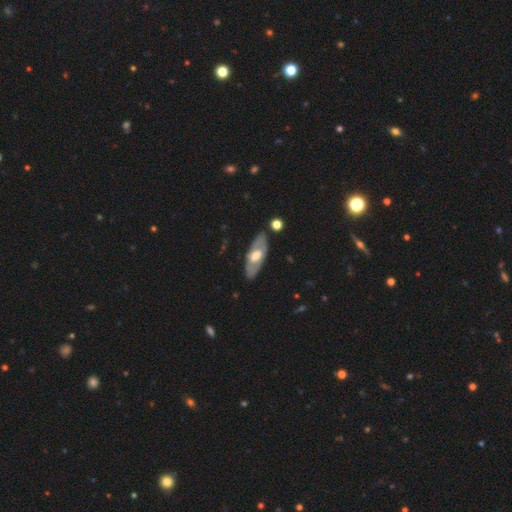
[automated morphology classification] type=featured or disk (59%); edge-on=no (74%); merging=none (81%).